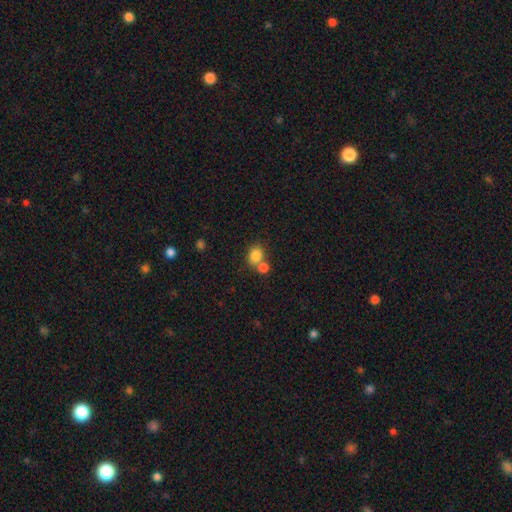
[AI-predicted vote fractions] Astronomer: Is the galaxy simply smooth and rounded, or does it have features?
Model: smooth — 83%.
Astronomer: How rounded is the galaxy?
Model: round — 56% (runner-up: in between, 43%).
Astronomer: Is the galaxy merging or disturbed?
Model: none — 49% (runner-up: merger, 38%).